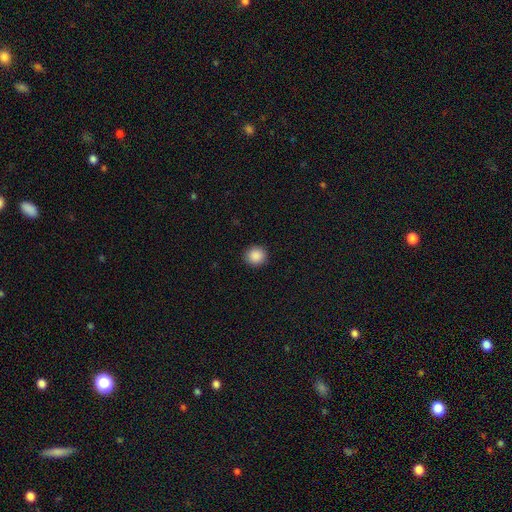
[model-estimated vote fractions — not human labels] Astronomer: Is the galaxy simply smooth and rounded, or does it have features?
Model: smooth — 88%.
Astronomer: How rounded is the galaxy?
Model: round — 92%.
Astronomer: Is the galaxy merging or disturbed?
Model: none — 92%.